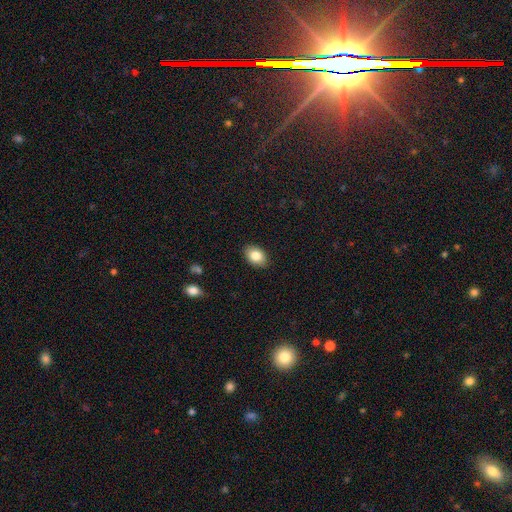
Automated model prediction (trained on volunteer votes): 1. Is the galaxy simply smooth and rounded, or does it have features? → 84% smooth, 8% featured or disk, 8% star or artifact.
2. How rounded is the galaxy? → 81% in between, 18% round, 1% cigar-shaped.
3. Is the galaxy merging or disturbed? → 88% none, 9% minor disturbance, 2% major disturbance, 1% merger.